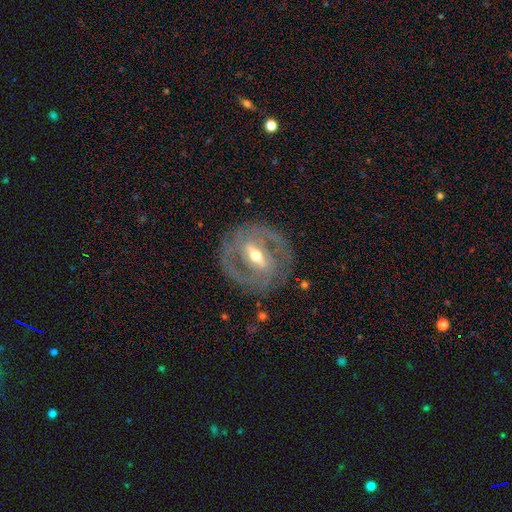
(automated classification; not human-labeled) A featured or disk galaxy (86%) with a strong bar (62%), 2 (67%) tight (51%) spiral arms (83%) and a moderate central bulge (64%).

Vote fractions:
- Smooth or featured? featured or disk: 86% / smooth: 8% / star or artifact: 5%
- Edge-on disk? no: 91% / yes: 9%
- Bar? strong: 62% / weak: 29% / no: 9%
- Spiral arms? yes: 83% / no: 17%
- Spiral winding? tight: 51% / medium: 37% / loose: 12%
- Spiral arm count? 2: 67% / can't tell: 16% / 3: 9% / 1: 3% / 4: 3% / more than 4: 2%
- Bulge size? moderate: 64% / small: 29% / large: 5% / dominant: 1% / none: 1%
- Merging? none: 79% / minor disturbance: 13% / major disturbance: 7% / merger: 1%